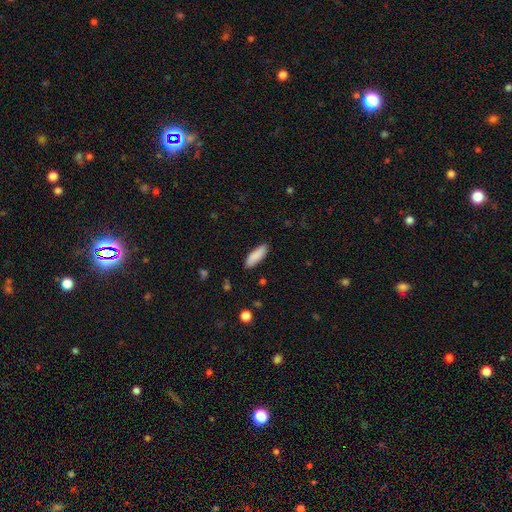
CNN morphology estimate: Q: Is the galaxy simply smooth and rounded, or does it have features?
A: smooth — 88%.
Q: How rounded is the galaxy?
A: in between — 55%.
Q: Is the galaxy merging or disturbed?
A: none — 87%.